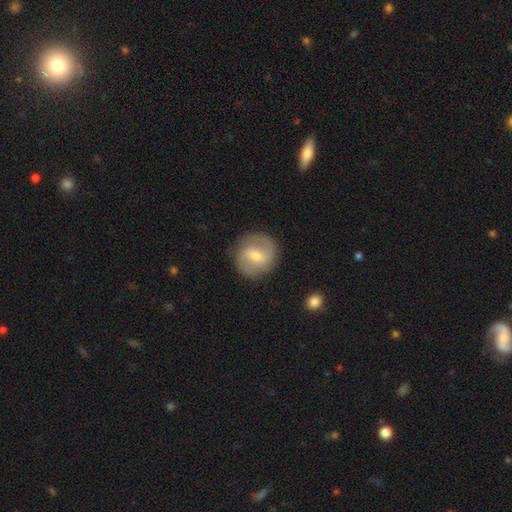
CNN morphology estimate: The model was most divided on "bulge size": moderate: 47%, small: 46%, large: 3%, none: 3%, dominant: 1%. Remaining: edge-on disk — no (97%); spiral arms — yes (86%); merging — none (83%); spiral arm count — 2 (82%); smooth or featured — featured or disk (65%); bar — weak (54%); spiral winding — medium (45%).